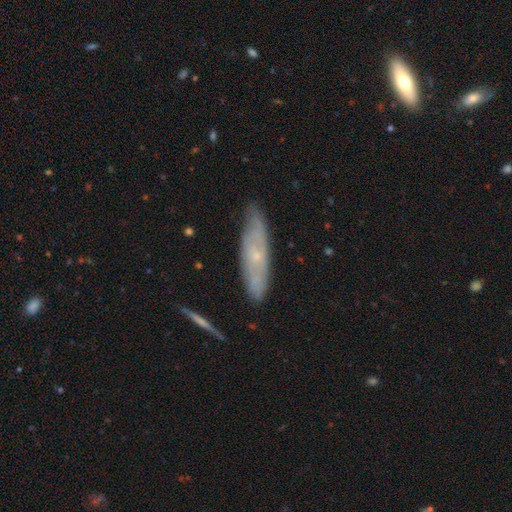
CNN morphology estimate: Overall: featured or disk (57%; smooth 36%). Edge-on disk: no (60%; yes 40%). Merging: none (75%).